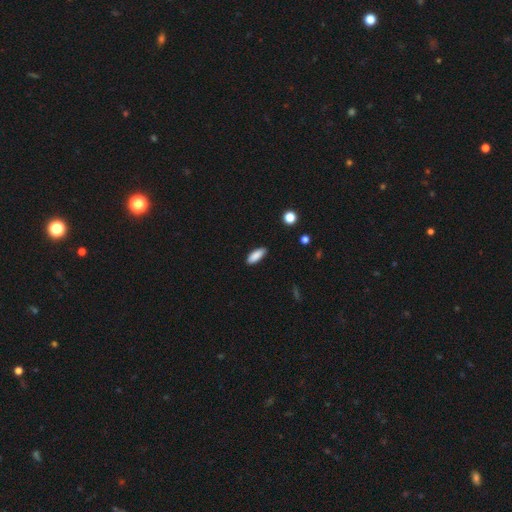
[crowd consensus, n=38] Q: Smooth or featured?
A: smooth (87%); runner-up: star or artifact (8%)
Q: How rounded?
A: in between (73%); runner-up: cigar-shaped (27%)
Q: Merging?
A: none (80%); runner-up: minor disturbance (20%)